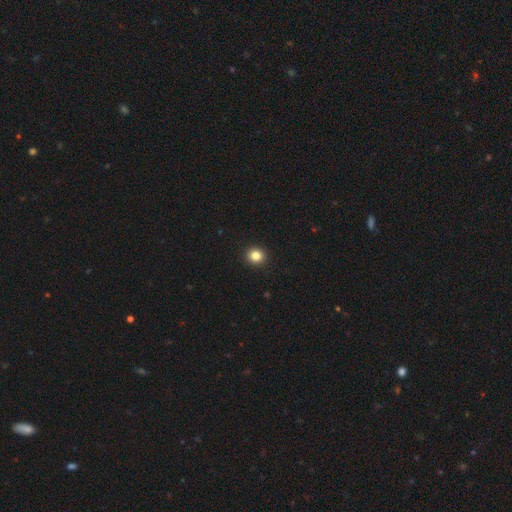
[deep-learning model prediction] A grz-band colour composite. It shows a smooth galaxy with no disk features (84%) that is round (88%). Merging: none (93%).